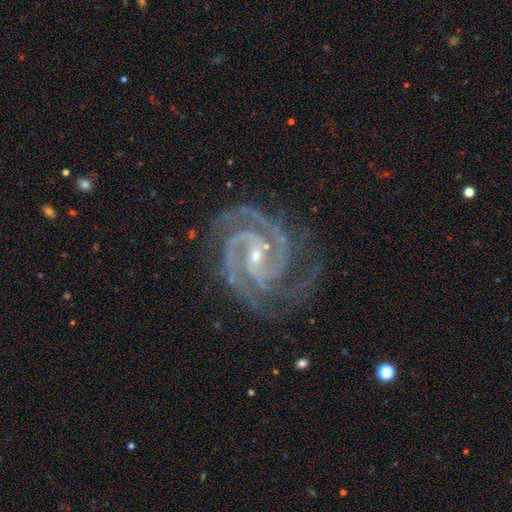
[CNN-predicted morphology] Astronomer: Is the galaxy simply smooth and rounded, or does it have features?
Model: featured or disk — 94%.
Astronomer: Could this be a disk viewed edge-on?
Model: no — 98%.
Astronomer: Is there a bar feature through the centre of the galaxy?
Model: weak — 38% (runner-up: strong, 32%).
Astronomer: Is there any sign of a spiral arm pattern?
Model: yes — 99%.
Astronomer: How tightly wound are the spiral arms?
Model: tight — 62%.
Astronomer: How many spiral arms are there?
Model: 2 — 38% (runner-up: 3, 34%).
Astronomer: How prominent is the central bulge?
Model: small — 75%.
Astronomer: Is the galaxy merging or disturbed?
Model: none — 75%.